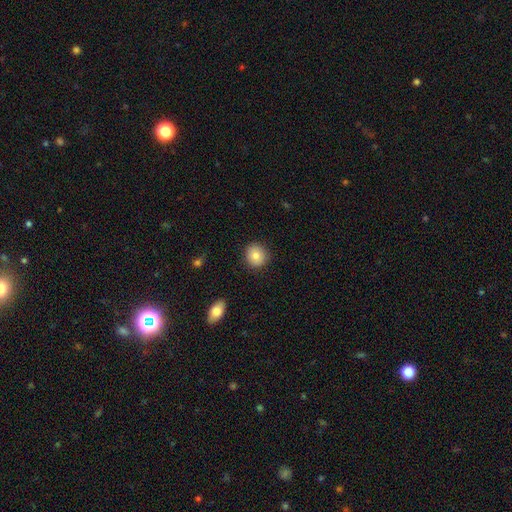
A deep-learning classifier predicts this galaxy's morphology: Smooth or featured?
  - smooth: 82% *
  - featured or disk: 10%
  - star or artifact: 9%
How rounded?
  - round: 87% *
  - in between: 12%
  - cigar-shaped: 1%
Merging?
  - none: 88% *
  - minor disturbance: 8%
  - major disturbance: 2%
  - merger: 1%